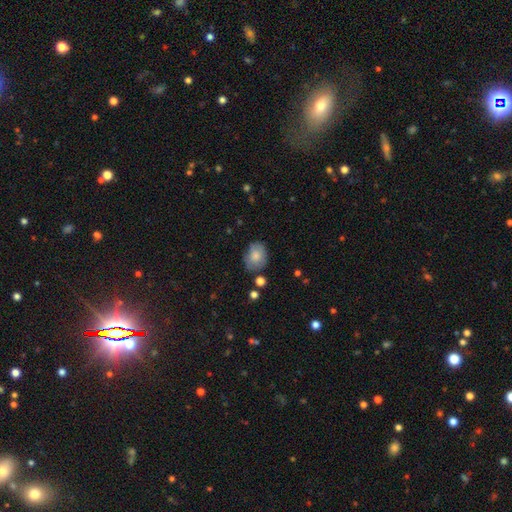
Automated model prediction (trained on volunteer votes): Smooth or featured?
  - smooth: 80% *
  - featured or disk: 13%
  - star or artifact: 8%
How rounded?
  - in between: 58% *
  - round: 41%
  - cigar-shaped: 1%
Merging?
  - none: 71% *
  - minor disturbance: 20%
  - major disturbance: 5%
  - merger: 4%